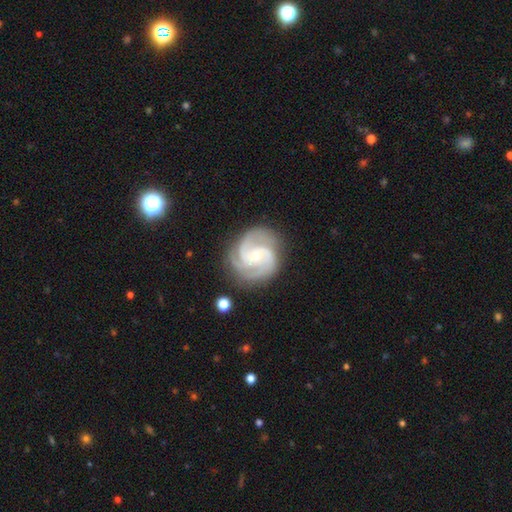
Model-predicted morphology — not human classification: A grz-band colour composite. It shows a featured or disk galaxy (91%) with no bar (62%), 3 (63%) tight (55%) spiral arms (99%) and a small central bulge (57%). Merging: none (81%).